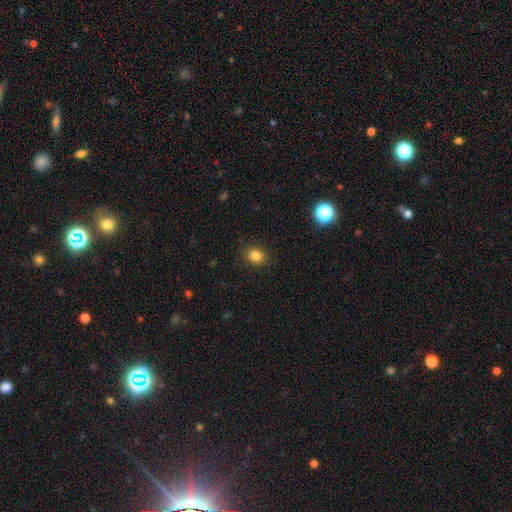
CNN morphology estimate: The model was most divided on "how rounded": round: 69%, in between: 30%, cigar-shaped: 1%. More confident: merging — none (90%); smooth or featured — smooth (84%).